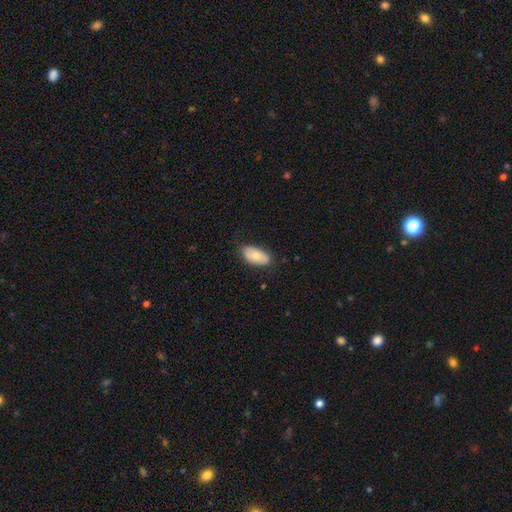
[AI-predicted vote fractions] Smooth or featured?
  - smooth: 67% *
  - featured or disk: 27%
  - star or artifact: 6%
How rounded?
  - in between: 94% *
  - round: 4%
  - cigar-shaped: 3%
Merging?
  - none: 79% *
  - minor disturbance: 17%
  - major disturbance: 3%
  - merger: 1%